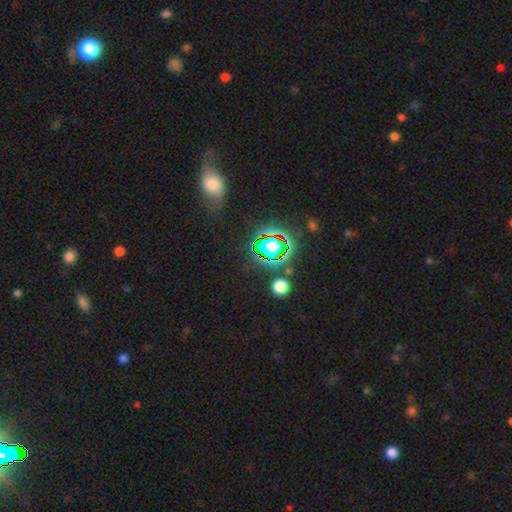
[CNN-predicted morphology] The model was most divided on "smooth or featured": star or artifact: 57%, smooth: 26%, featured or disk: 17%.